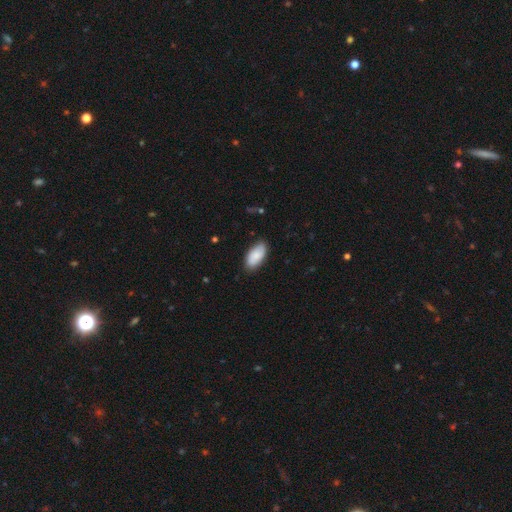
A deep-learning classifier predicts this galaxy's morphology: Smooth or featured?
  - smooth: 83% *
  - featured or disk: 11%
  - star or artifact: 6%
How rounded?
  - in between: 93% *
  - cigar-shaped: 5%
  - round: 2%
Merging?
  - none: 83% *
  - minor disturbance: 13%
  - major disturbance: 2%
  - merger: 1%